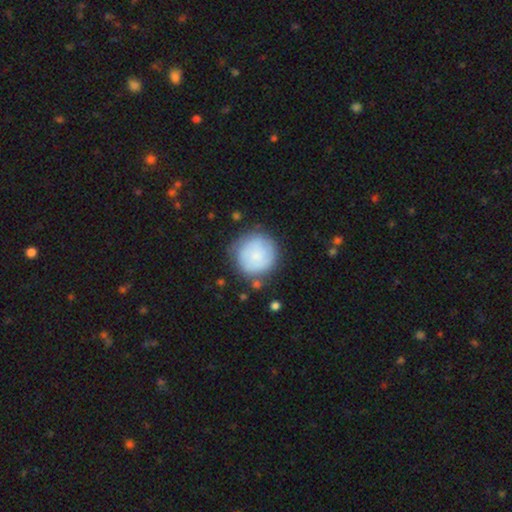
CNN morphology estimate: A smooth galaxy with no disk features (64%) that is round (94%). Merging: none (72%).